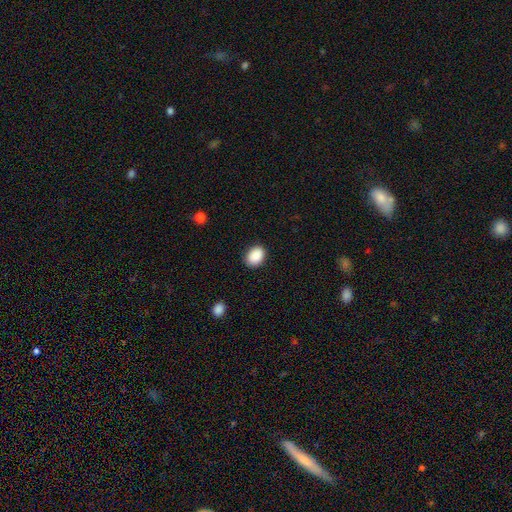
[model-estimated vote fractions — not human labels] Morphology: type=smooth (90%); roundness=in between (71%); merging=none (88%).